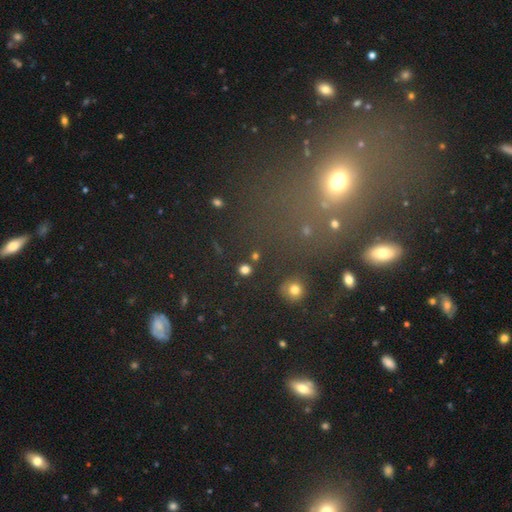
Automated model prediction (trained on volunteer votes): Smooth or featured? Predicted: smooth (p=0.50). Merging? Predicted: none (p=0.80).